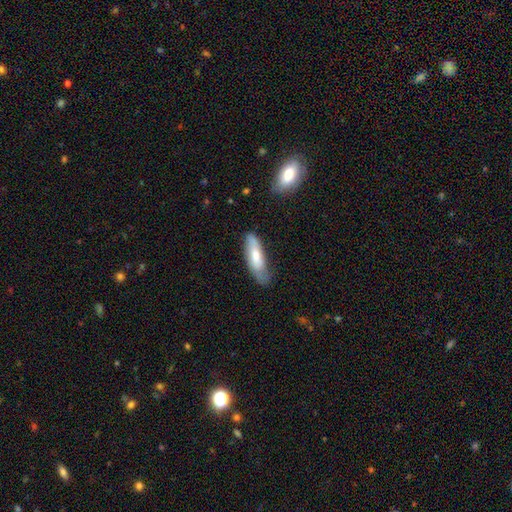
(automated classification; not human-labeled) The model was most divided on "how rounded": in between: 51%, cigar-shaped: 47%, round: 2%. More confident: smooth or featured — smooth (66%); merging — none (57%).